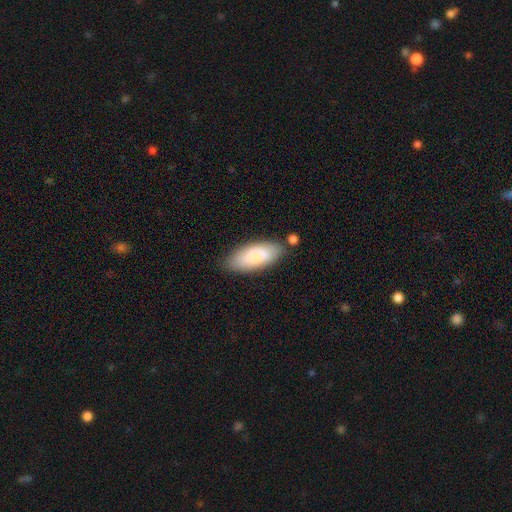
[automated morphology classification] A smooth galaxy with no disk features (82%) that is in between round and cigar-shaped (83%). Merging: none (73%).